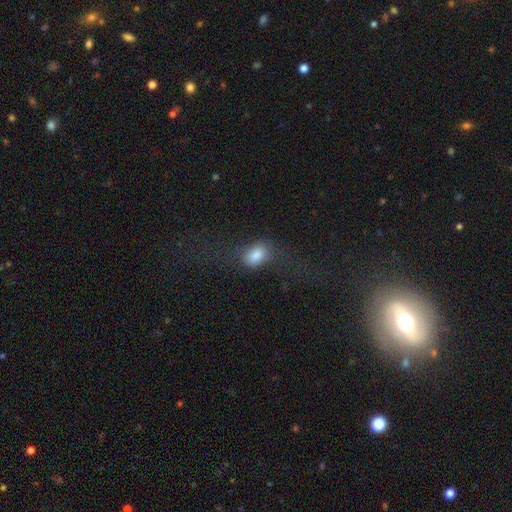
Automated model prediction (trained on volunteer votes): Smooth or featured? Predicted: smooth (p=0.79). How rounded? Predicted: in between (p=0.82). Merging? Predicted: none (p=0.50).